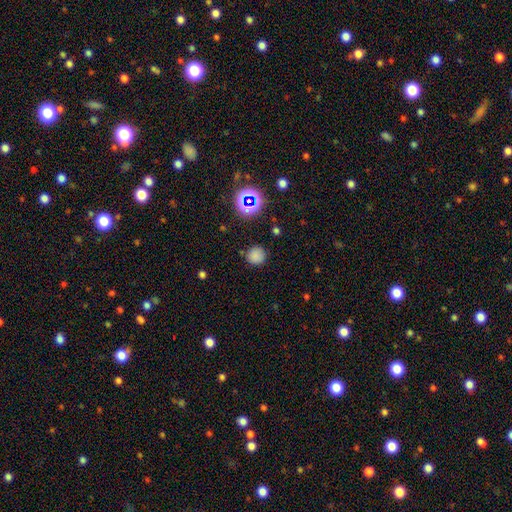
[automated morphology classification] Smooth or featured?
  - smooth: 75% *
  - star or artifact: 20%
  - featured or disk: 5%
How rounded?
  - round: 93% *
  - in between: 6%
  - cigar-shaped: 1%
Merging?
  - none: 86% *
  - minor disturbance: 9%
  - major disturbance: 3%
  - merger: 2%